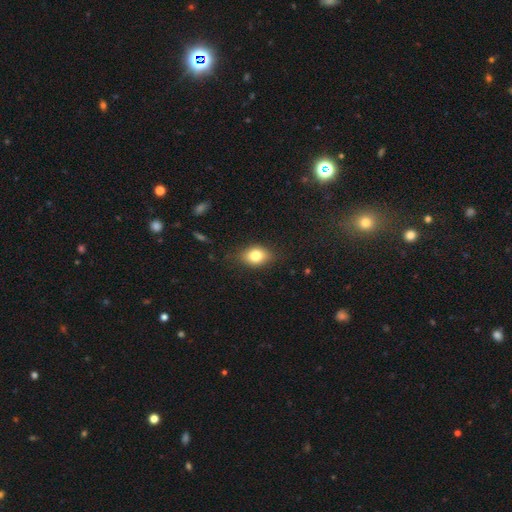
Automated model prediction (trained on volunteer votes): smooth-or-featured: smooth: 79% | featured or disk: 12% | star or artifact: 10%
  how-rounded: in between: 66% | round: 32% | cigar-shaped: 2%
  merging: none: 80% | minor disturbance: 16% | major disturbance: 4% | merger: 1%